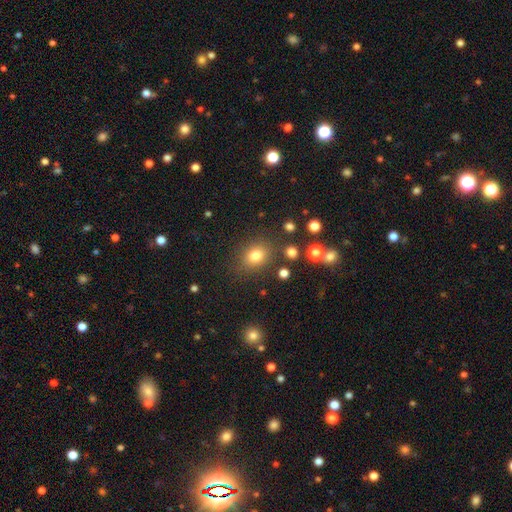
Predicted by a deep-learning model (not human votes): This is likely a smooth galaxy (78%). How rounded: possibly round (50%). Merging: clearly none (81%).